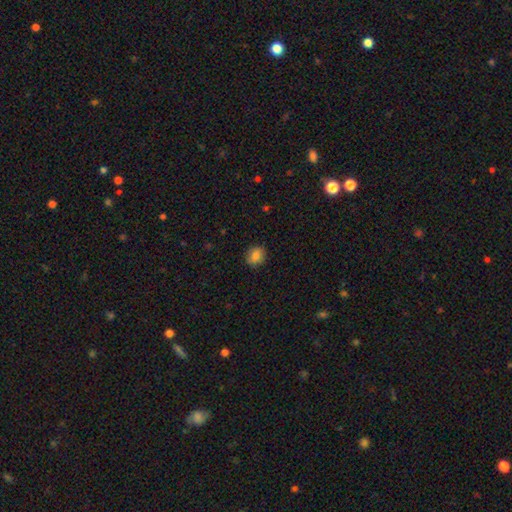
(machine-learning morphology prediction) A smooth galaxy with no disk features (85%) that is round (69%).

Vote fractions:
- Smooth or featured? smooth: 85% / star or artifact: 9% / featured or disk: 6%
- How rounded? round: 69% / in between: 30% / cigar-shaped: 1%
- Merging? none: 86% / minor disturbance: 11% / major disturbance: 2% / merger: 1%